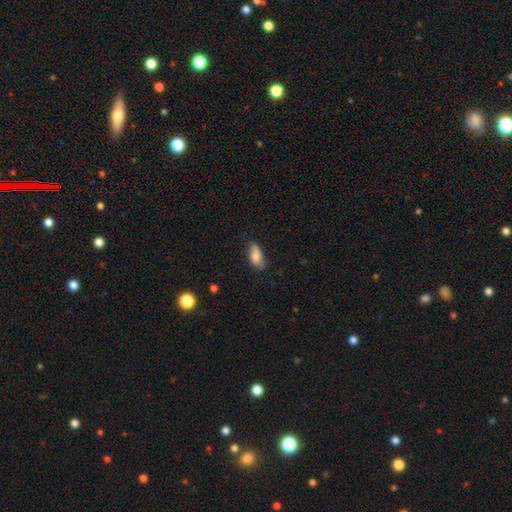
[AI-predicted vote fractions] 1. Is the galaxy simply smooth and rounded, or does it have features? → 81% smooth, 12% featured or disk, 7% star or artifact.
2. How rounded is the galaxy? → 84% in between, 13% cigar-shaped, 3% round.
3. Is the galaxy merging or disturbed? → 69% none, 25% minor disturbance, 5% major disturbance, 1% merger.